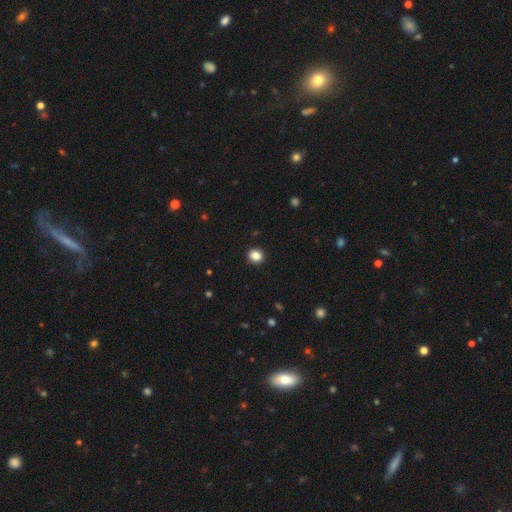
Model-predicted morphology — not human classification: smooth 86%, star or artifact 11%, featured or disk 4%. Down the decision tree: how rounded — round (81%); merging — none (93%).